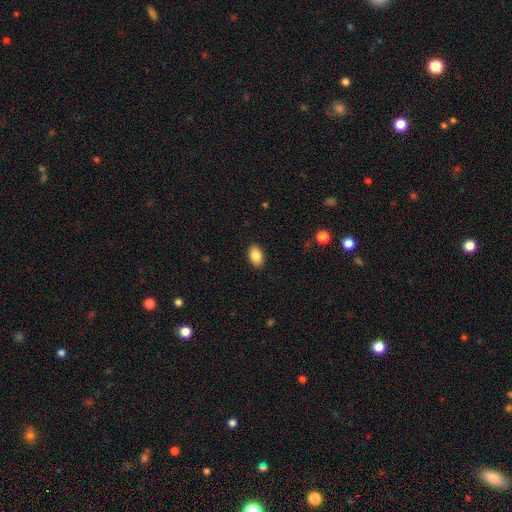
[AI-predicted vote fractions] This is clearly a smooth galaxy (85%). How rounded: clearly in between (91%). Merging: clearly none (89%).